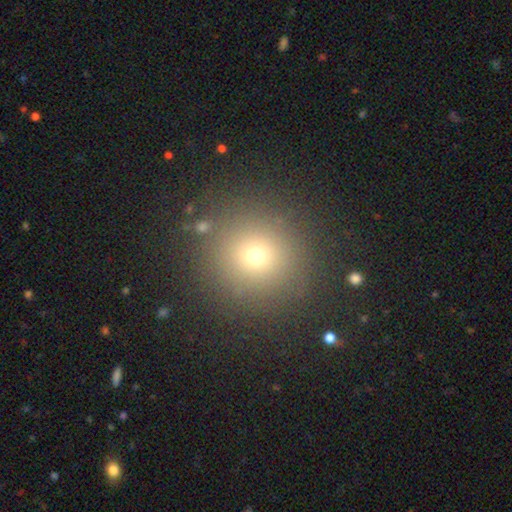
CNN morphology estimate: type=smooth (68%); roundness=round (93%); merging=none (89%).